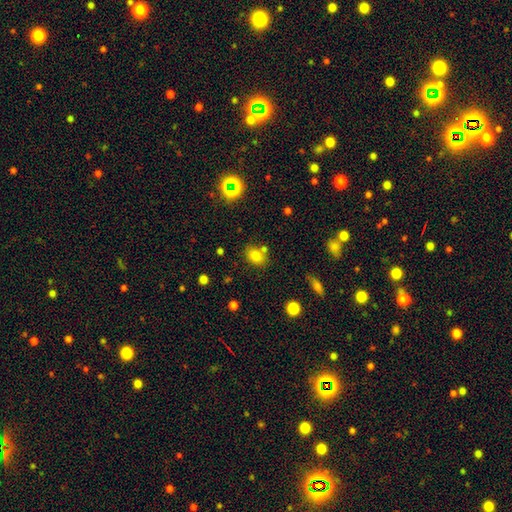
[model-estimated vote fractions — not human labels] smooth_or_featured: smooth (p=0.77) [alt: star or artifact p=0.14]
how_rounded: in between (p=0.59) [alt: round p=0.40]
merging: none (p=0.68) [alt: merger p=0.15]